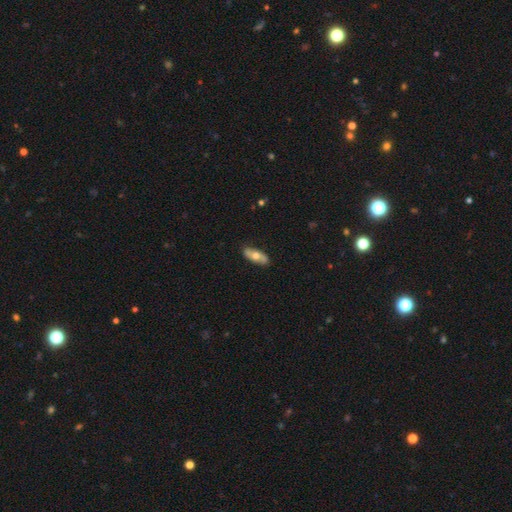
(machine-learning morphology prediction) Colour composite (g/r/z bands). It shows a smooth galaxy with no disk features (55%) that is in between round and cigar-shaped (73%). Merging: none (86%).